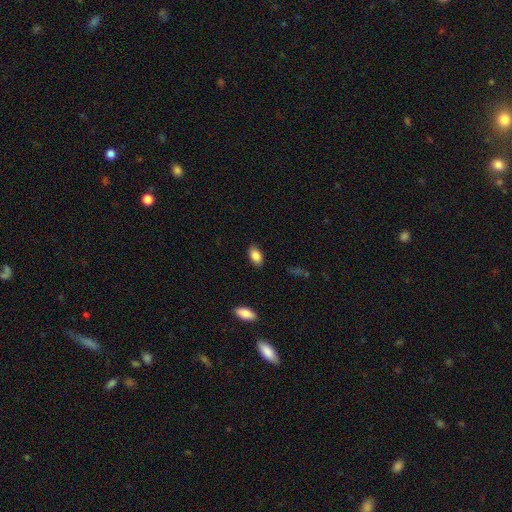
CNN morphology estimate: This appears to be a smooth galaxy with no disk features (87%) that is in between round and cigar-shaped (92%). Merging: none (87%).